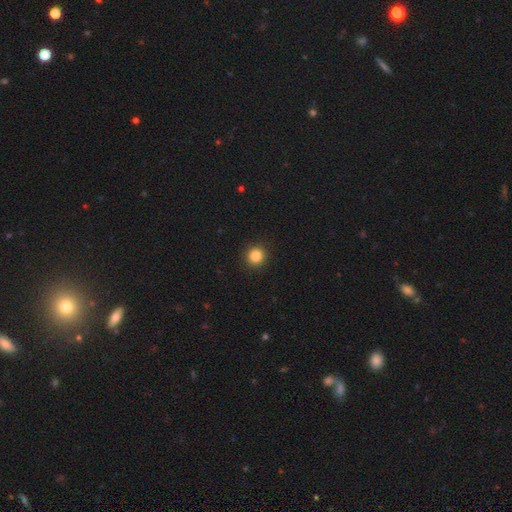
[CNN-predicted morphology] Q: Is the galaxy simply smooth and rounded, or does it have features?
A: smooth — 85%.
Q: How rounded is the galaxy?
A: round — 94%.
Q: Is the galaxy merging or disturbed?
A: none — 93%.